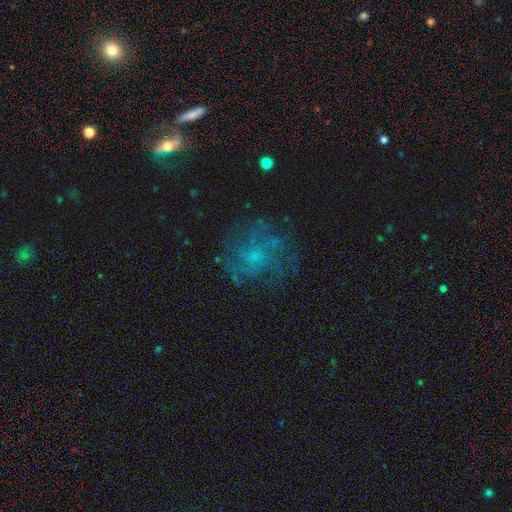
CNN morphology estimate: This is likely a featured or disk galaxy (61%). It is clearly not viewed edge-on (97%). Bar: likely no (79%). Spiral arm pattern: likely yes (79%). Central bulge: possibly small (53%). Merging: likely none (69%).